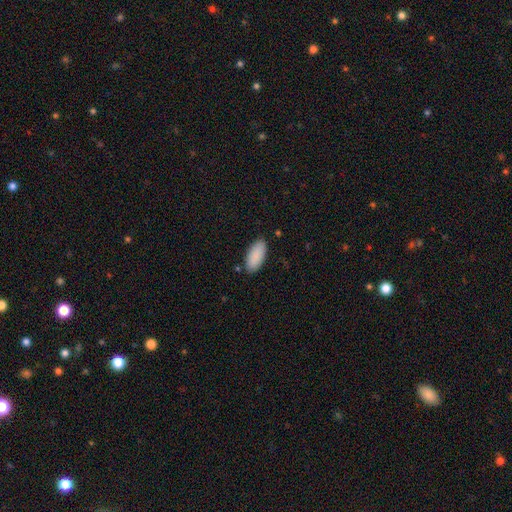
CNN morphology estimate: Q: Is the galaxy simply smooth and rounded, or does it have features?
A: smooth — 90%.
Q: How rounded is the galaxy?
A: in between — 90%.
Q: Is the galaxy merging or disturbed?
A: none — 86%.